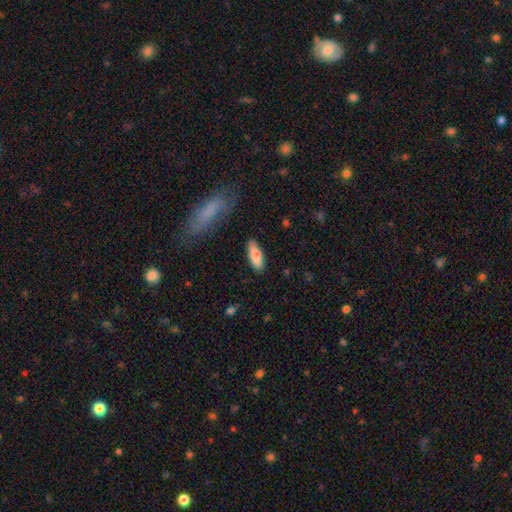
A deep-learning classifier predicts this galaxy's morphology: This is clearly a smooth galaxy (82%). How rounded: possibly in between (57%). Merging: clearly none (85%).